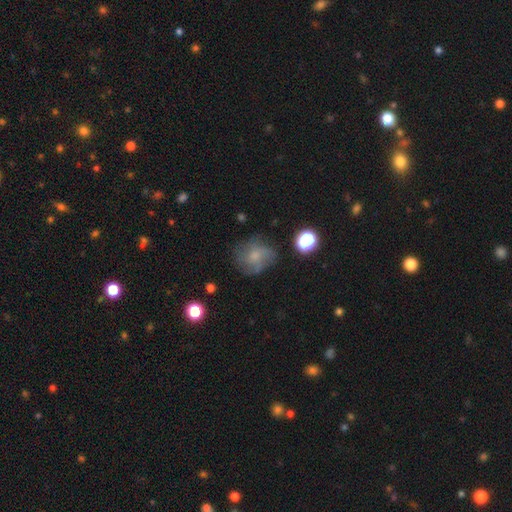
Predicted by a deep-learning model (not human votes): smooth-or-featured: smooth: 48% | featured or disk: 38% | star or artifact: 14%
  merging: none: 59% | minor disturbance: 23% | major disturbance: 16% | merger: 3%